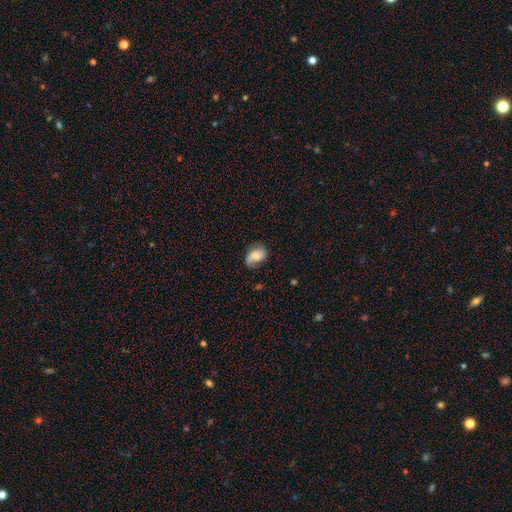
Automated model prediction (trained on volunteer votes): Smooth or featured?
  - smooth: 62% *
  - featured or disk: 30%
  - star or artifact: 8%
How rounded?
  - in between: 83% *
  - round: 15%
  - cigar-shaped: 2%
Merging?
  - none: 56% *
  - minor disturbance: 30%
  - major disturbance: 12%
  - merger: 2%